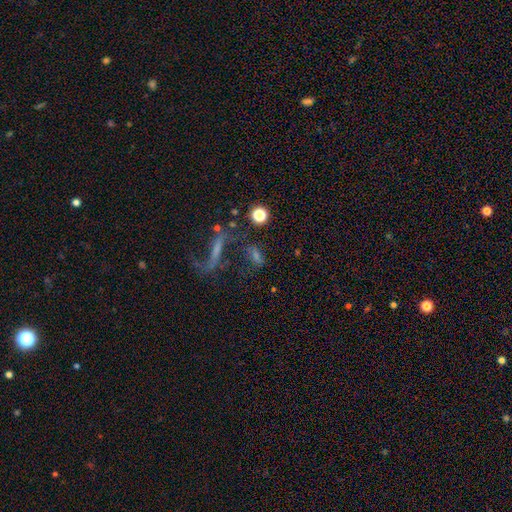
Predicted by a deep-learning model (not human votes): smooth 40%, featured or disk 37%, star or artifact 24%. Down the decision tree: merging — none (47%).